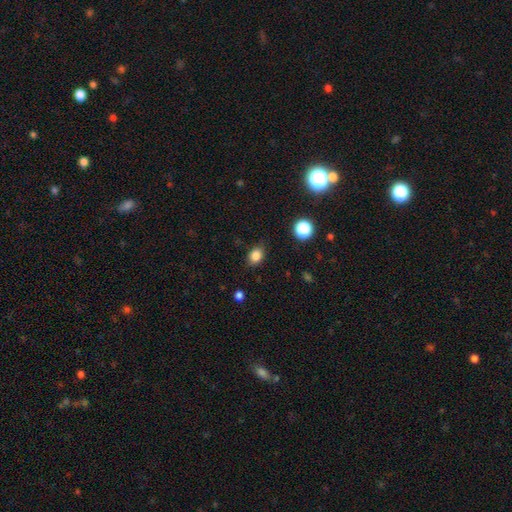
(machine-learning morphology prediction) This is clearly a smooth galaxy (84%). How rounded: likely in between (67%). Merging: clearly none (83%).